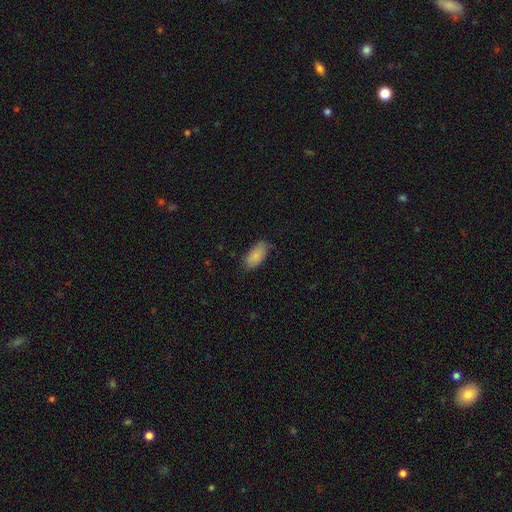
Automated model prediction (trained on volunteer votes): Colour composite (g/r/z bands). It shows a smooth galaxy with no disk features (87%) that is in between round and cigar-shaped (91%). Merging: none (76%).